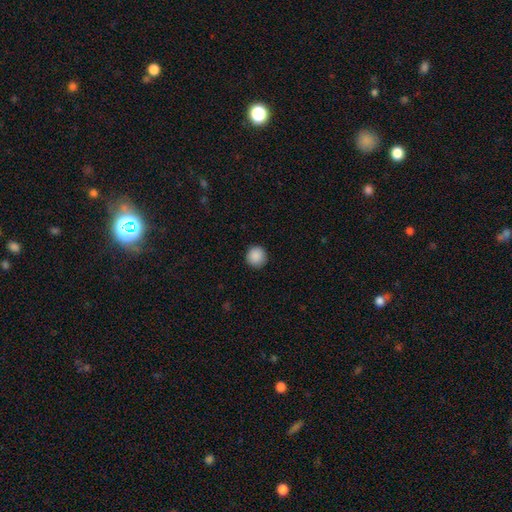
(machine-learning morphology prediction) smooth 89%, star or artifact 8%, featured or disk 3%. Down the decision tree: how rounded — round (95%); merging — none (92%).